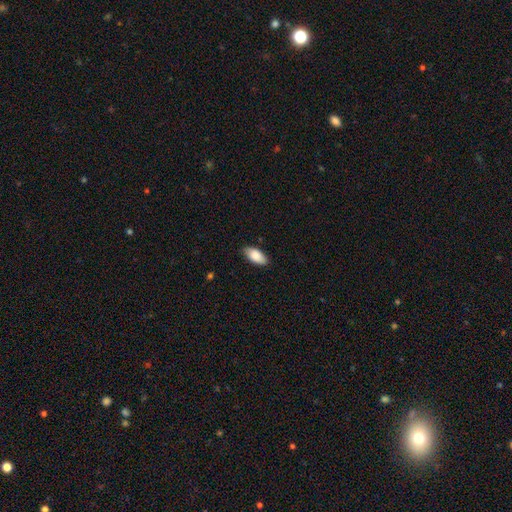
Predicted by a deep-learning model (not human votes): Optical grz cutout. It shows a smooth galaxy with no disk features (86%) that is in between round and cigar-shaped (91%). Merging: none (82%).